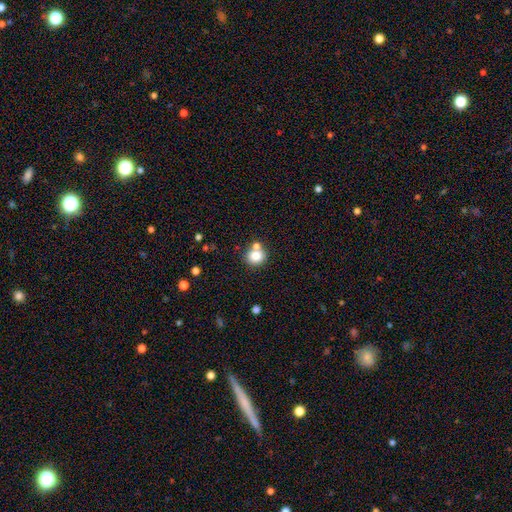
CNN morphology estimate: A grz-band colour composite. It shows a smooth galaxy with no disk features (80%) that is round (83%). Merging: none (59%).